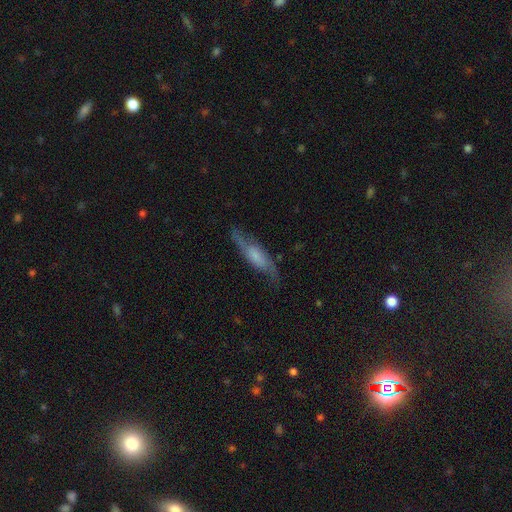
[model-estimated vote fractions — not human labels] Morphology: type=featured or disk (59%); edge-on=no (55%); merging=none (68%).